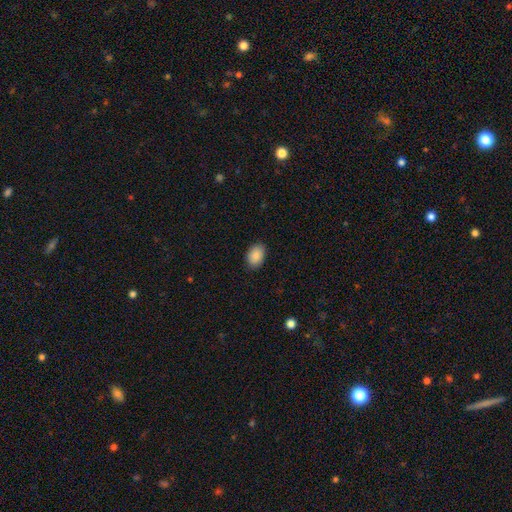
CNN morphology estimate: This is clearly a smooth galaxy (88%). How rounded: clearly in between (83%). Merging: clearly none (86%).